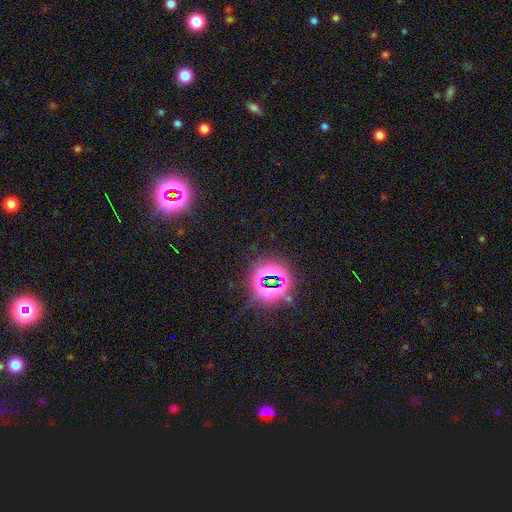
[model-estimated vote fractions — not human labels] smooth_or_featured: star or artifact (p=0.80) [alt: smooth p=0.13]